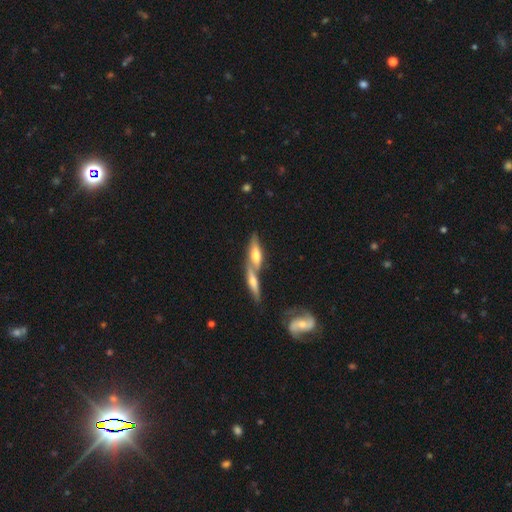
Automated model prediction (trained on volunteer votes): Morphology: type=featured or disk (50%); merging=merger (51%).